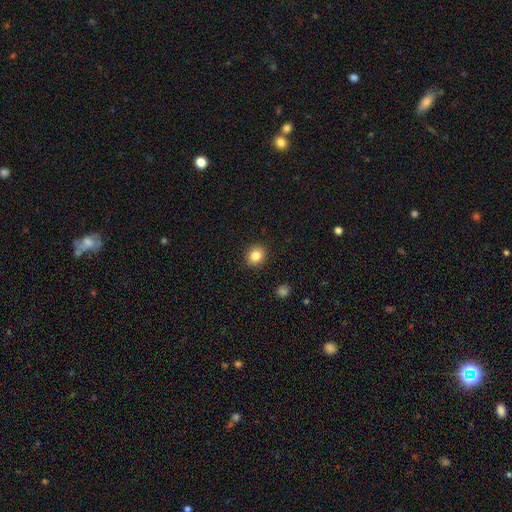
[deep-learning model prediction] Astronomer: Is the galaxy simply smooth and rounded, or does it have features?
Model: smooth — 84%.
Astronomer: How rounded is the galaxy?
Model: round — 76%.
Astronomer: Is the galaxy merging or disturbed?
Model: none — 91%.